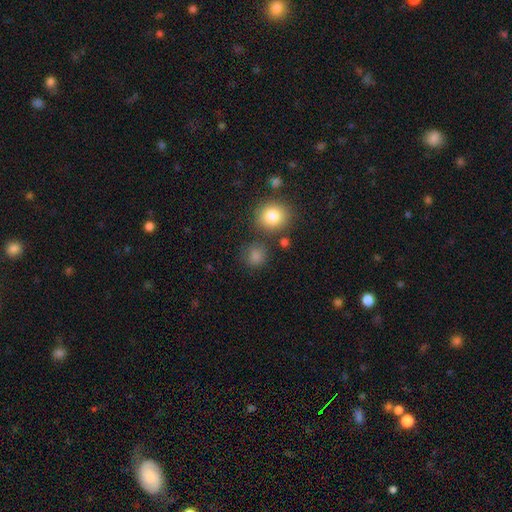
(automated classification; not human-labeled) smooth 81%, star or artifact 14%, featured or disk 6%. Down the decision tree: how rounded — round (85%); merging — none (73%).